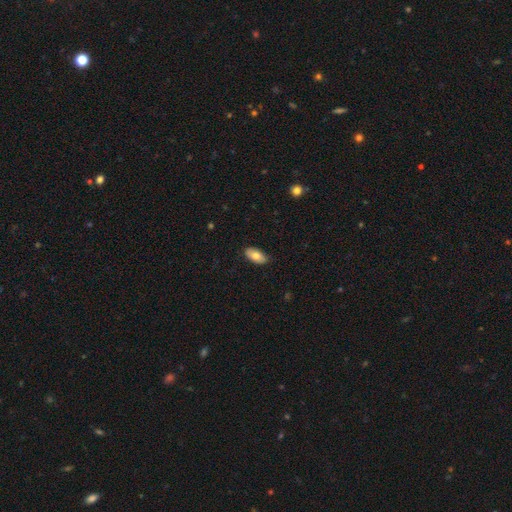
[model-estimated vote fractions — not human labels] Smooth or featured?
  - smooth: 77% *
  - featured or disk: 17%
  - star or artifact: 7%
How rounded?
  - in between: 93% *
  - cigar-shaped: 4%
  - round: 3%
Merging?
  - none: 86% *
  - minor disturbance: 11%
  - major disturbance: 2%
  - merger: 1%